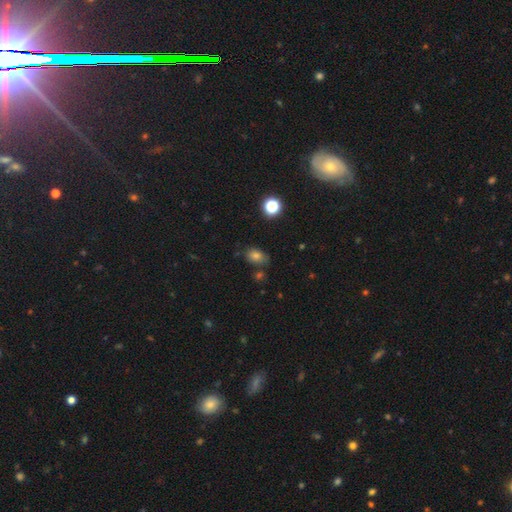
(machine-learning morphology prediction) This appears to be a smooth galaxy with no disk features (74%) that is in between round and cigar-shaped (75%). Merging: none (71%).